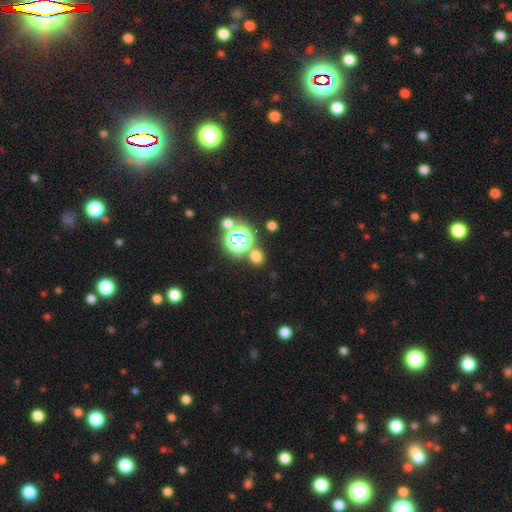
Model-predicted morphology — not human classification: Smooth or featured?
  - smooth: 62% *
  - star or artifact: 31%
  - featured or disk: 7%
How rounded?
  - round: 73% *
  - in between: 26%
  - cigar-shaped: 1%
Merging?
  - none: 73% *
  - merger: 15%
  - minor disturbance: 8%
  - major disturbance: 4%